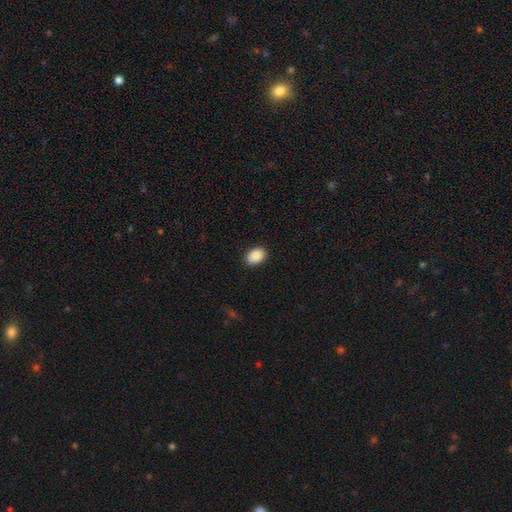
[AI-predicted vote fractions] Overall: smooth (91%). How rounded: in between (84%). Merging: none (89%).